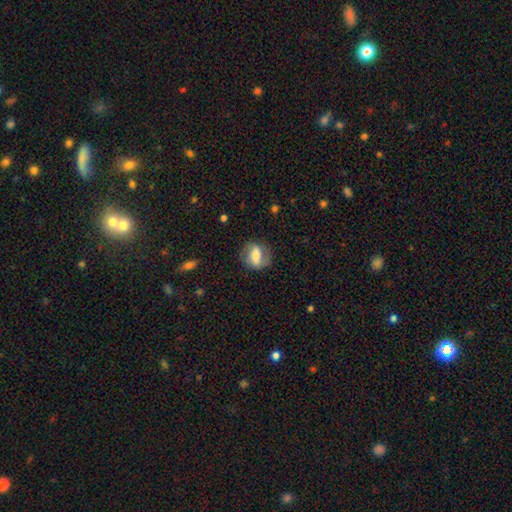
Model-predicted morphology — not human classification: smooth_or_featured: smooth (p=0.50) [alt: featured or disk p=0.43]
merging: none (p=0.77) [alt: minor disturbance p=0.16]